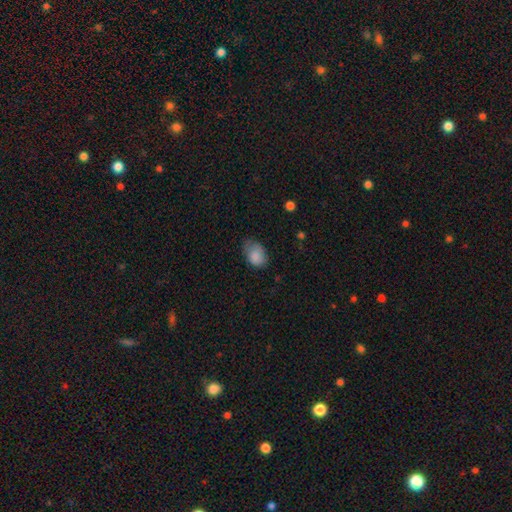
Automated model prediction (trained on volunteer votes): A smooth galaxy with no disk features (85%) that is in between round and cigar-shaped (80%). Merging: none (48%).